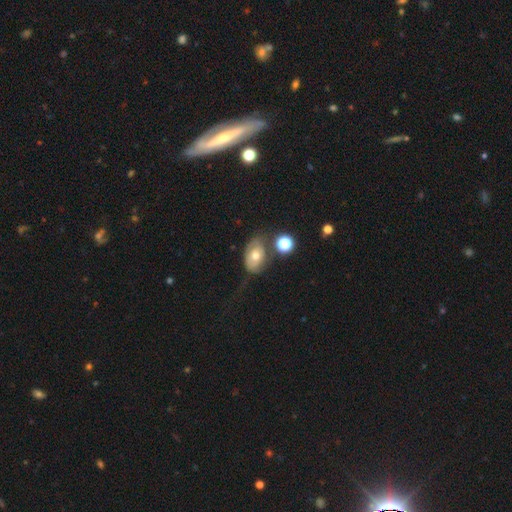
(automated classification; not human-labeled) This is possibly a smooth galaxy (54%). How rounded: likely in between (78%). Merging: possibly none (50%).